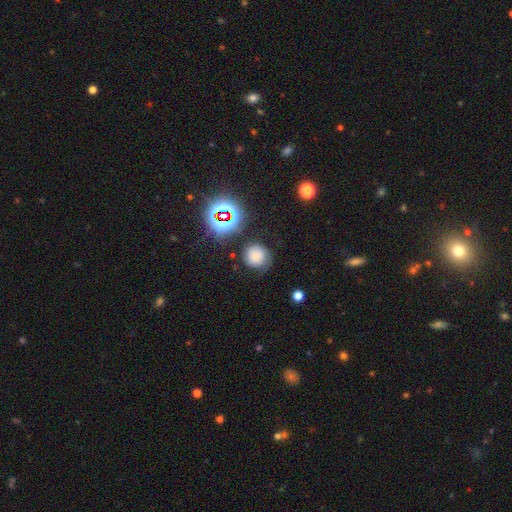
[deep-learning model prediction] Q: Smooth or featured?
A: smooth (73%); runner-up: star or artifact (18%)
Q: How rounded?
A: round (90%); runner-up: in between (9%)
Q: Merging?
A: none (74%); runner-up: minor disturbance (17%)